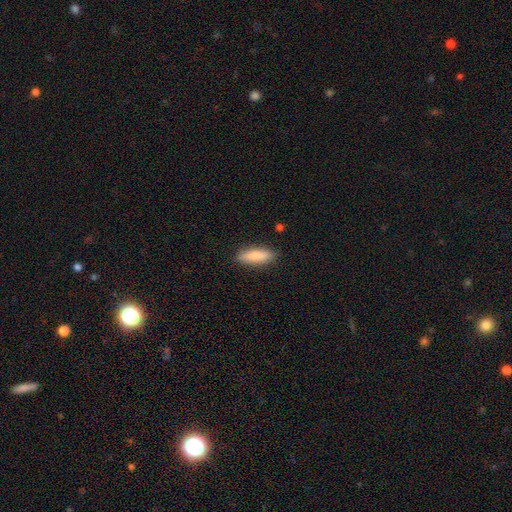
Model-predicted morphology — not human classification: Smooth or featured? smooth (83%)
How rounded? cigar-shaped (49%, tied with in between)
Merging? none (87%)